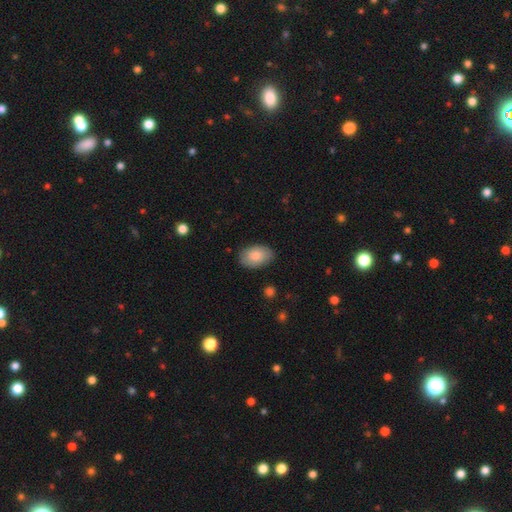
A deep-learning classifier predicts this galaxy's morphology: A smooth galaxy with no disk features (79%) that is in between round and cigar-shaped (90%).

Vote fractions:
- Smooth or featured? smooth: 79% / featured or disk: 15% / star or artifact: 6%
- How rounded? in between: 90% / round: 9% / cigar-shaped: 1%
- Merging? none: 81% / minor disturbance: 15% / major disturbance: 3% / merger: 1%